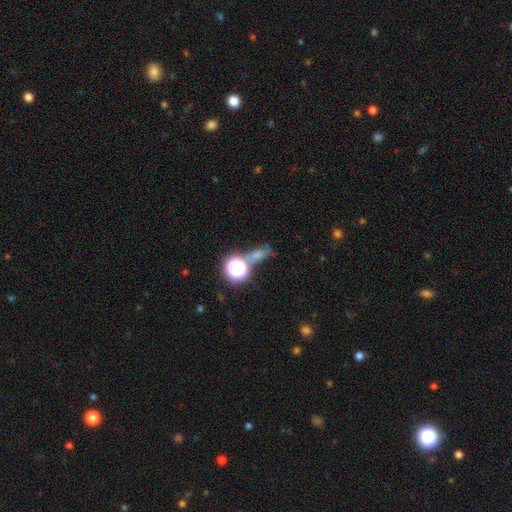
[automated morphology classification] A smooth galaxy with no disk features (56%) that is in between round and cigar-shaped (47%).

Vote fractions:
- Smooth or featured? smooth: 56% / star or artifact: 31% / featured or disk: 14%
- How rounded? in between: 47% / round: 43% / cigar-shaped: 10%
- Merging? none: 49% / merger: 24% / minor disturbance: 15% / major disturbance: 12%